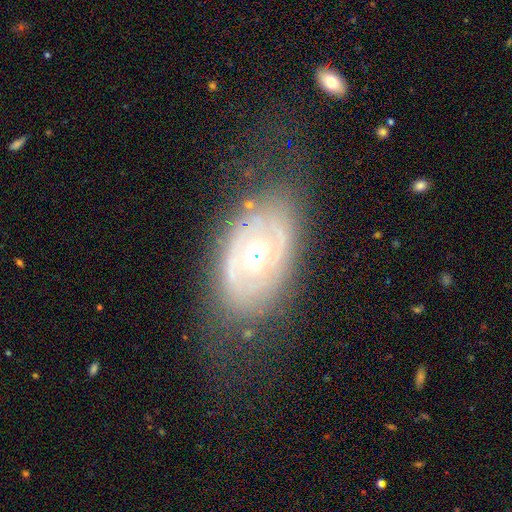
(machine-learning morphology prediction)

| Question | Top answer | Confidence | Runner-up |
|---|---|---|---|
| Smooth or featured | featured or disk | 73% | smooth (21%) |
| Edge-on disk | no | 92% | yes (8%) |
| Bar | no | 77% | weak (17%) |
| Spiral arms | no | 55% | yes (45%) |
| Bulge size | moderate | 67% | small (25%) |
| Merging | none | 67% | minor disturbance (19%) |